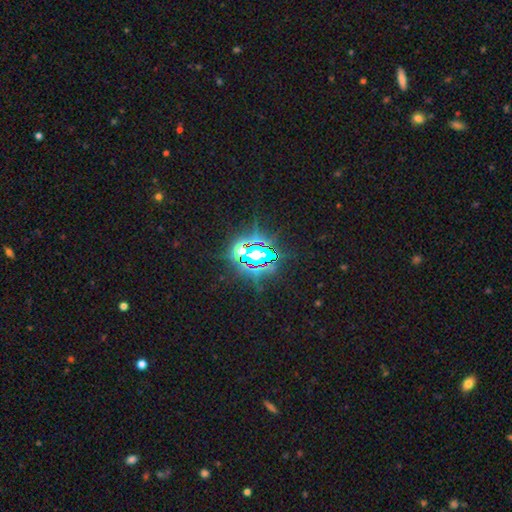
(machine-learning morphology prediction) Smooth or featured? star or artifact (82%)